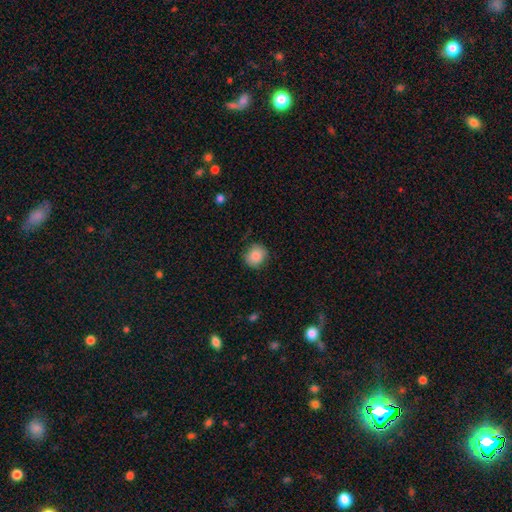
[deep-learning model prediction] Smooth or featured?
  - smooth: 86% *
  - star or artifact: 8%
  - featured or disk: 6%
How rounded?
  - round: 80% *
  - in between: 19%
  - cigar-shaped: 1%
Merging?
  - none: 82% *
  - minor disturbance: 14%
  - major disturbance: 3%
  - merger: 1%